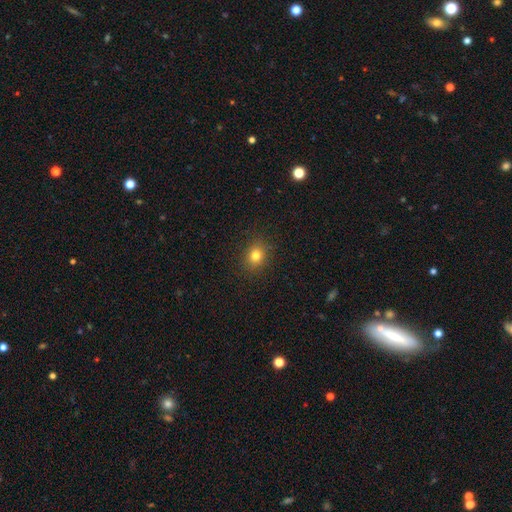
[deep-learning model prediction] This is clearly a smooth galaxy (80%). How rounded: likely round (67%). Merging: clearly none (89%).